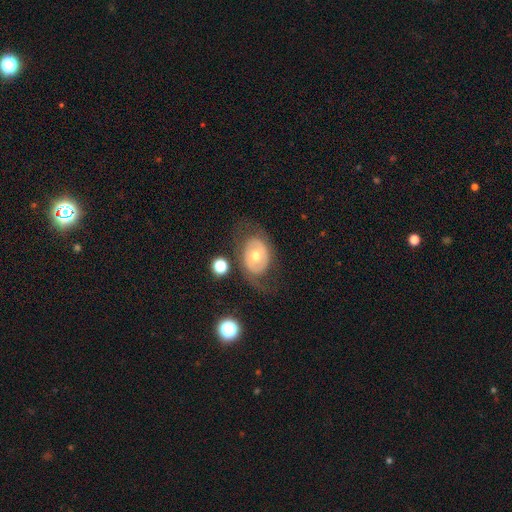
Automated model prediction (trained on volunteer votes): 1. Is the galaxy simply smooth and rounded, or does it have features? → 57% featured or disk, 36% smooth, 7% star or artifact.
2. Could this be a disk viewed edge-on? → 94% no, 6% yes.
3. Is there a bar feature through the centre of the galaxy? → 78% no, 16% weak, 6% strong.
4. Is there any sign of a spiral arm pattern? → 72% no, 28% yes.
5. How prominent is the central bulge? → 74% moderate, 16% small, 7% large, 1% dominant, 1% none.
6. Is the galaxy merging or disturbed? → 63% none, 18% minor disturbance, 16% major disturbance, 3% merger.